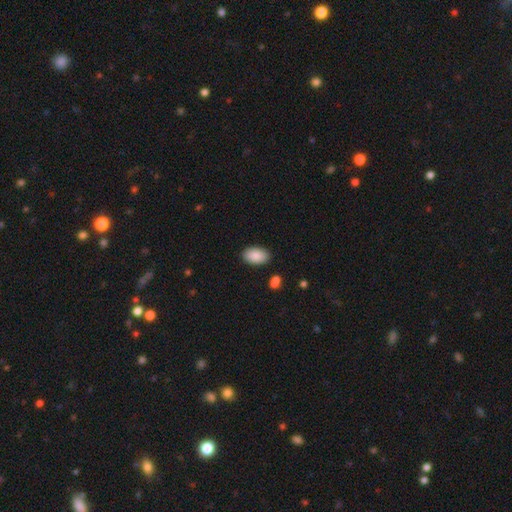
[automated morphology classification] This appears to be a smooth galaxy with no disk features (89%) that is in between round and cigar-shaped (93%). Merging: none (87%).